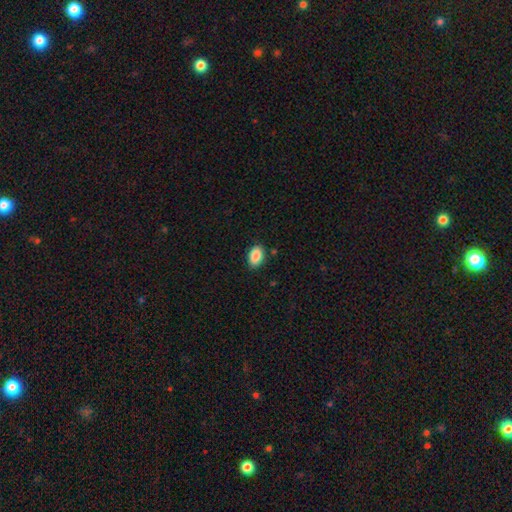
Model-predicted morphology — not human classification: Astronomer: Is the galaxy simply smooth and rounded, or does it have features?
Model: smooth — 88%.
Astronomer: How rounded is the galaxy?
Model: in between — 87%.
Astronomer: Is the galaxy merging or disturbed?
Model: none — 87%.